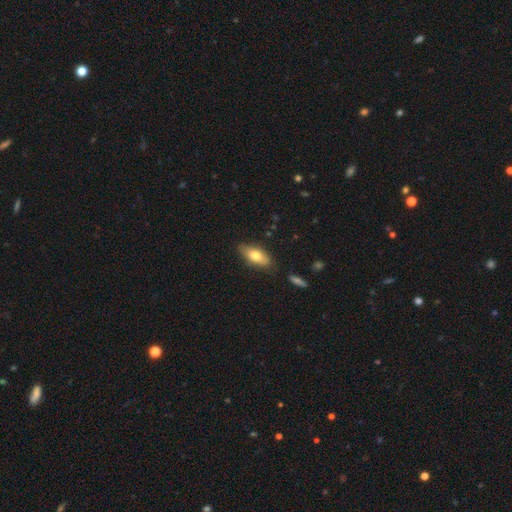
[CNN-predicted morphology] smooth_or_featured: smooth (p=0.71) [alt: featured or disk p=0.23]
how_rounded: in between (p=0.78) [alt: cigar-shaped p=0.19]
merging: none (p=0.82) [alt: minor disturbance p=0.13]